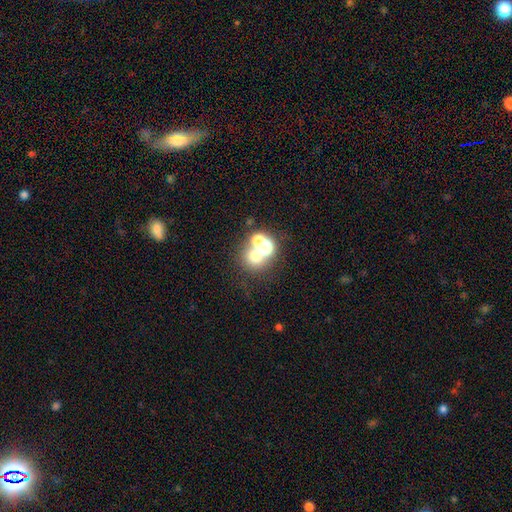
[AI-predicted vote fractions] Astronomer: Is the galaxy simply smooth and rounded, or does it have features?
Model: smooth — 54%.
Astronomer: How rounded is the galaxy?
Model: round — 71%.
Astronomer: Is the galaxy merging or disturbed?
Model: merger — 55% (runner-up: none, 33%).